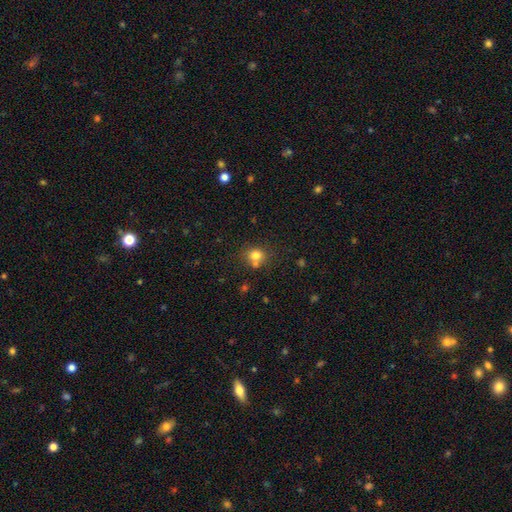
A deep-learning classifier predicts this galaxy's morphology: Overall: smooth (78%). How rounded: round (77%). Merging: none (60%; merger 25%).